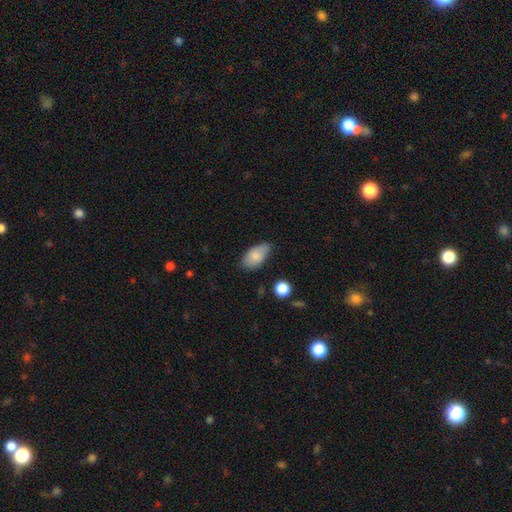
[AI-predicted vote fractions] smooth-or-featured: smooth: 82% | featured or disk: 12% | star or artifact: 7%
  how-rounded: in between: 93% | round: 4% | cigar-shaped: 3%
  merging: none: 68% | minor disturbance: 25% | major disturbance: 4% | merger: 2%